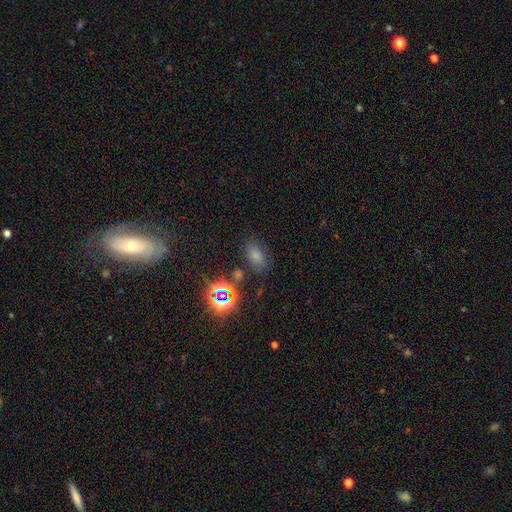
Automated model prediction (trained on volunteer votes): A smooth galaxy with no disk features (67%) that is in between round and cigar-shaped (87%). Merging: none (76%).